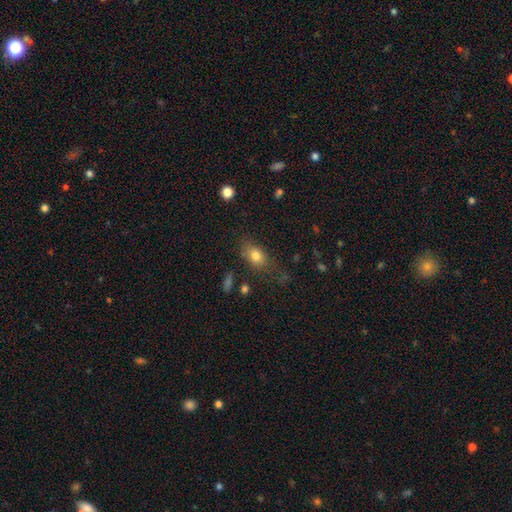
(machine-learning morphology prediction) smooth 80%, featured or disk 10%, star or artifact 10%. Down the decision tree: how rounded — in between (76%); merging — none (66%).